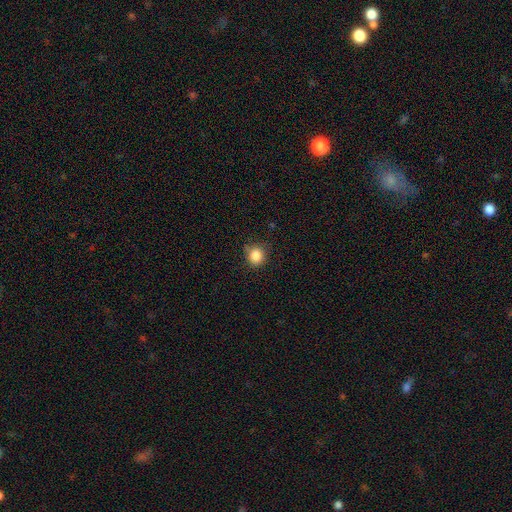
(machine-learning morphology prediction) smooth-or-featured: smooth: 86% | star or artifact: 10% | featured or disk: 4%
  how-rounded: round: 84% | in between: 15% | cigar-shaped: 1%
  merging: none: 73% | minor disturbance: 21% | major disturbance: 4% | merger: 2%